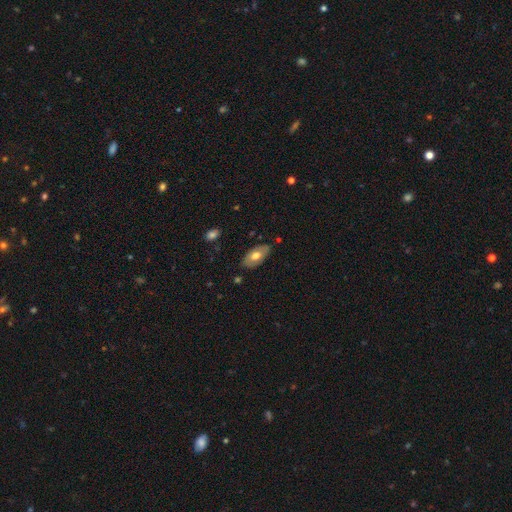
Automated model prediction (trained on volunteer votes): smooth_or_featured: smooth (p=0.58) [alt: featured or disk p=0.35]
how_rounded: in between (p=0.93) [alt: cigar-shaped p=0.04]
merging: none (p=0.80) [alt: minor disturbance p=0.16]